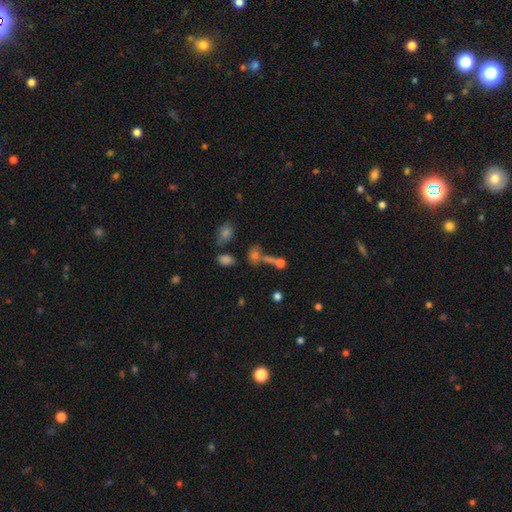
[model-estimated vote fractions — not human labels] Overall: smooth (50%; star or artifact 31%). How rounded: round (47%; in between 43%). Merging: none (47%; merger 31%).